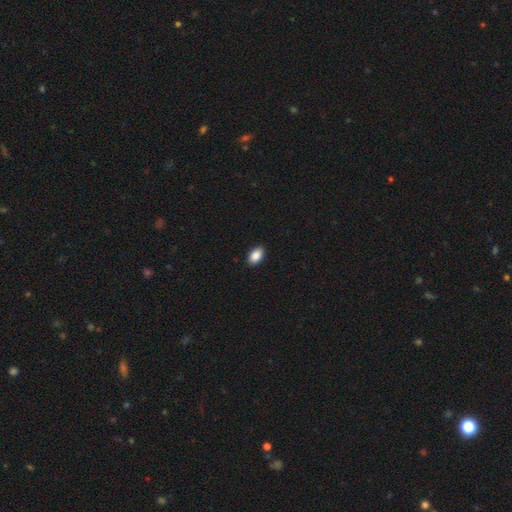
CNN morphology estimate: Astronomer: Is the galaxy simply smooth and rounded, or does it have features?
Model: smooth — 89%.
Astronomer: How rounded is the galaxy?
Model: in between — 91%.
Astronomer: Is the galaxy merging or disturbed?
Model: none — 90%.